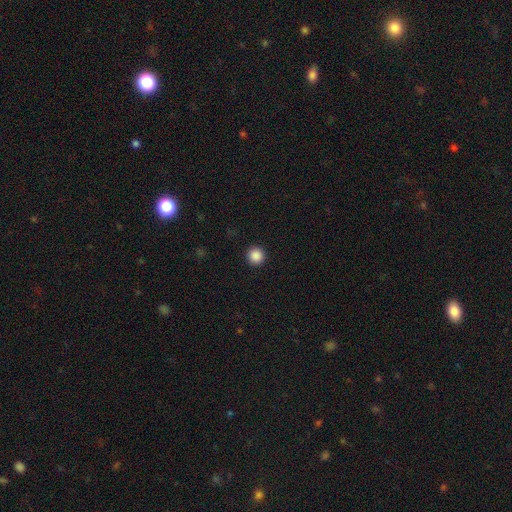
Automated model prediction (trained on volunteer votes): The model was most divided on "smooth or featured": smooth: 88%, star or artifact: 10%, featured or disk: 2%. More confident: how rounded — round (96%); merging — none (94%).